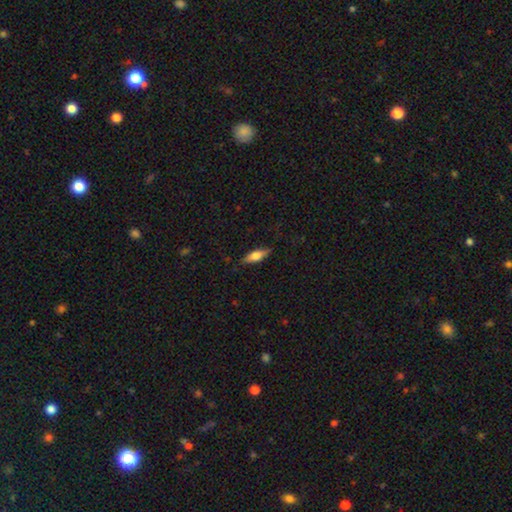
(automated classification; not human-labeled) Morphology: type=smooth (58%); roundness=in between (49%); merging=none (84%).